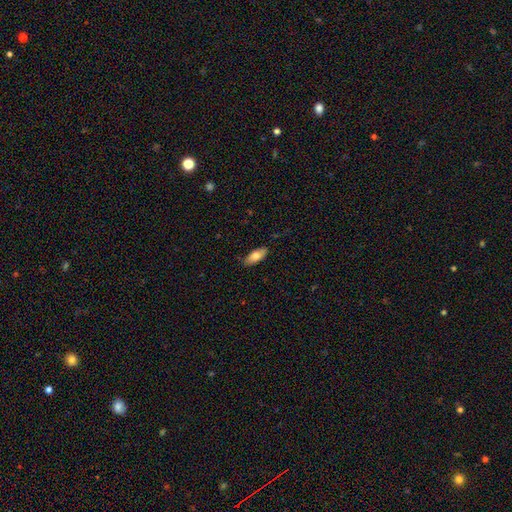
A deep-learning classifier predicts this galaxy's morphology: This appears to be a smooth galaxy with no disk features (77%) that is in between round and cigar-shaped (85%). Merging: none (83%).